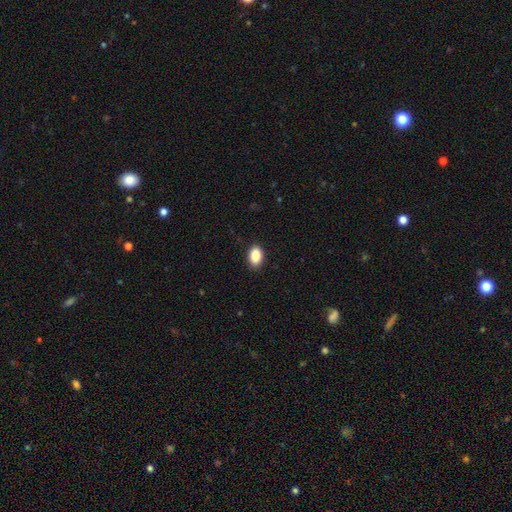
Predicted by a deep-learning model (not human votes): This appears to be a smooth galaxy with no disk features (89%) that is in between round and cigar-shaped (88%). Merging: none (89%).